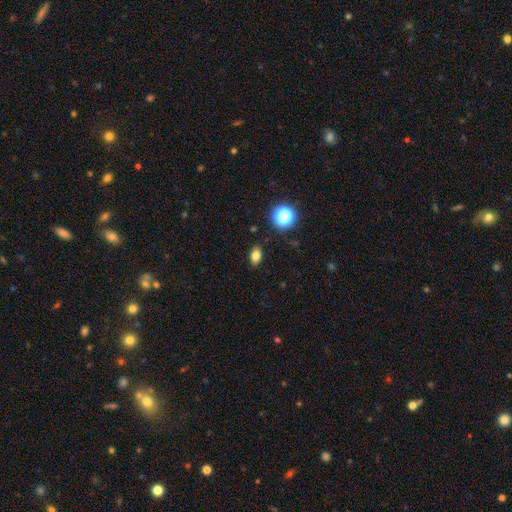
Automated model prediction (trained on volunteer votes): Q: Smooth or featured?
A: smooth (79%); runner-up: star or artifact (14%)
Q: How rounded?
A: in between (83%); runner-up: round (14%)
Q: Merging?
A: none (88%); runner-up: minor disturbance (8%)